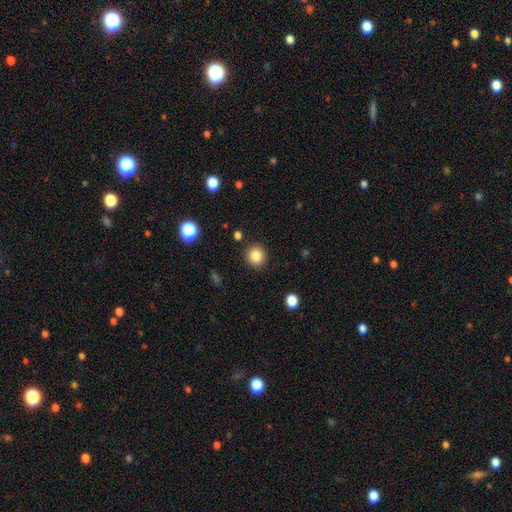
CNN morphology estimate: Smooth or featured? Predicted: smooth (p=0.85). How rounded? Predicted: round (p=0.86). Merging? Predicted: none (p=0.90).